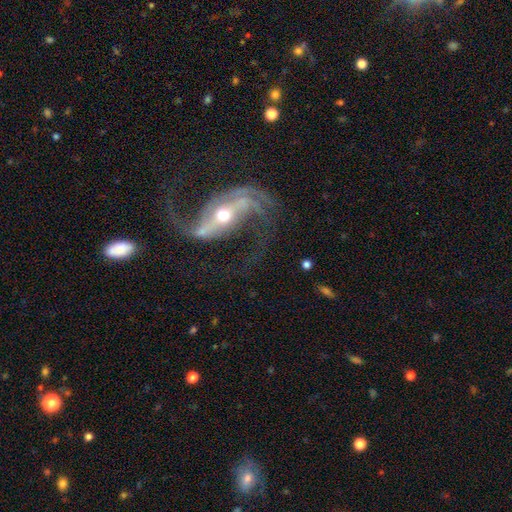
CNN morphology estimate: type=featured or disk (91%); edge-on=no (96%); bar=strong (57%); spiral arms=yes (98%); winding=loose (53%); arm count=2 (94%); bulge=moderate (53%); merging=none (73%).